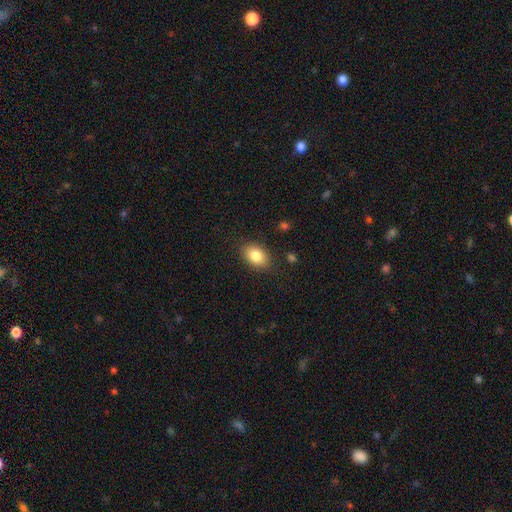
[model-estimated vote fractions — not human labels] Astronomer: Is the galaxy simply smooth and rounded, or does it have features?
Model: smooth — 84%.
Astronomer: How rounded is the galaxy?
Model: in between — 84%.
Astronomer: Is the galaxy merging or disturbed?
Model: none — 86%.